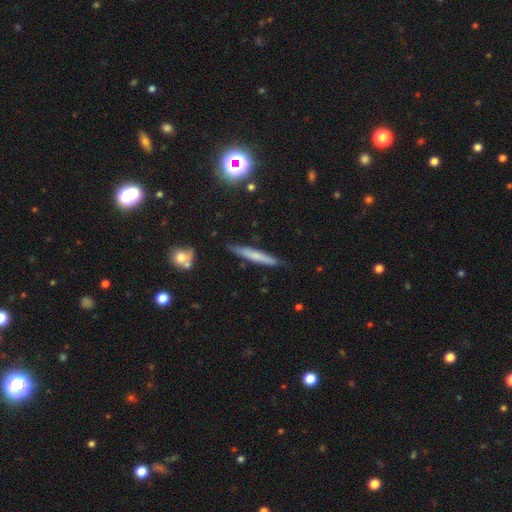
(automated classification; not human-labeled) Smooth or featured?
  - smooth: 59% *
  - featured or disk: 33%
  - star or artifact: 7%
How rounded?
  - cigar-shaped: 94% *
  - in between: 4%
  - round: 2%
Merging?
  - none: 84% *
  - minor disturbance: 12%
  - major disturbance: 2%
  - merger: 2%